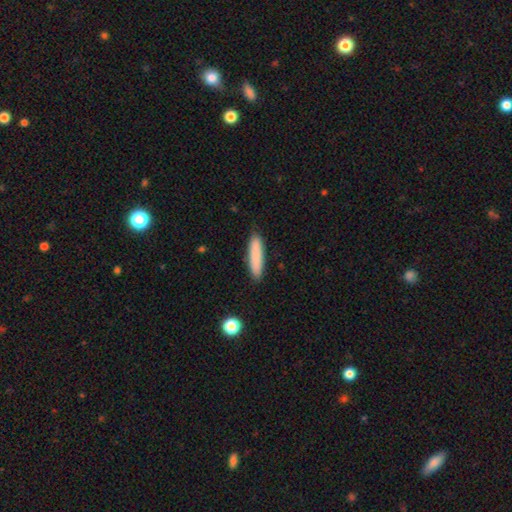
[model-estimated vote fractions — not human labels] Smooth or featured: smooth — 86% (featured or disk — 8%)
How rounded: cigar-shaped — 81% (in between — 18%)
Merging: none — 88% (minor disturbance — 9%)